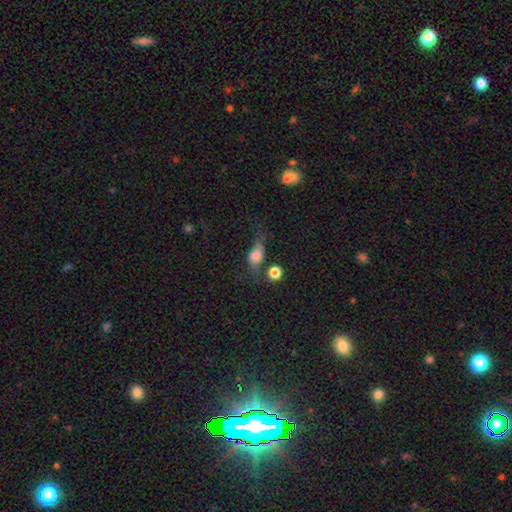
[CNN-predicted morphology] This appears to be a smooth galaxy with no disk features (67%) that is in between round and cigar-shaped (67%). Merging: none (38%).